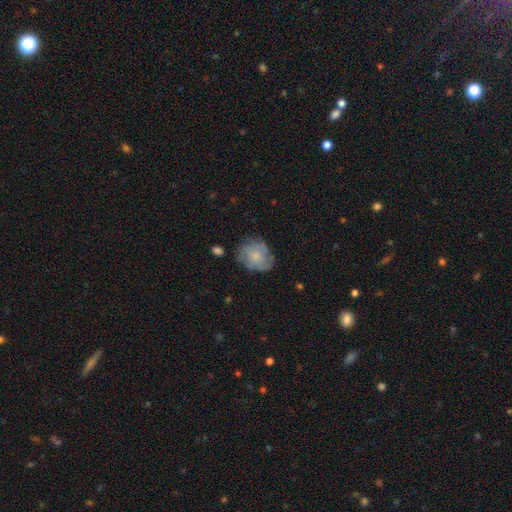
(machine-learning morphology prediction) A smooth galaxy with no disk features (46%, tied with featured or disk).

Vote fractions:
- Smooth or featured? smooth: 46% (tied) / featured or disk: 46% (tied) / star or artifact: 8%
- Merging? none: 66% / minor disturbance: 23% / major disturbance: 9% / merger: 2%